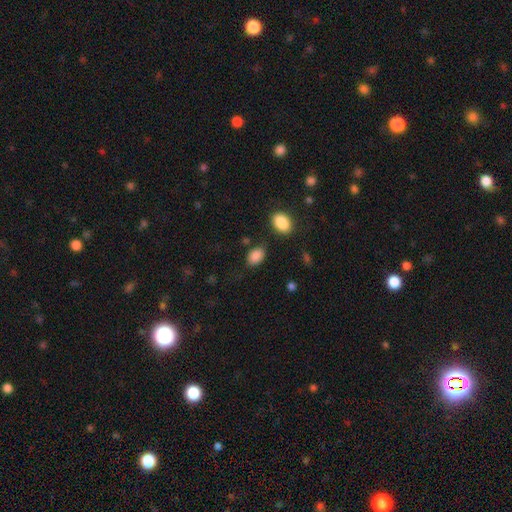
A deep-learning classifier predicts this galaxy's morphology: Smooth or featured: smooth — 87% (star or artifact — 8%)
How rounded: in between — 83% (round — 16%)
Merging: none — 75% (minor disturbance — 15%)